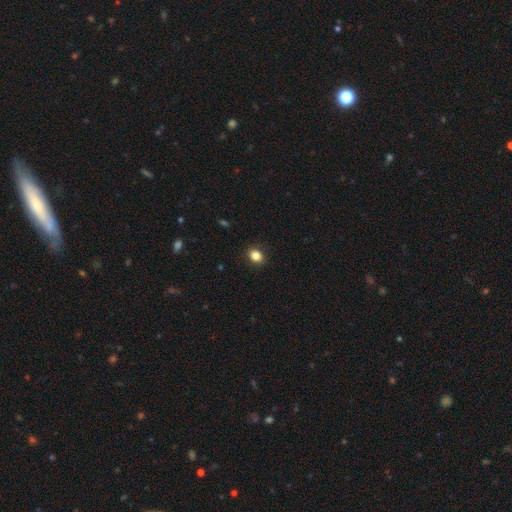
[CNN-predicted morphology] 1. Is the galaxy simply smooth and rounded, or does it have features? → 85% smooth, 11% star or artifact, 5% featured or disk.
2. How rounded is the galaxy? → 55% round, 44% in between, 1% cigar-shaped.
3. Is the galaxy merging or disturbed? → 90% none, 8% minor disturbance, 2% major disturbance, 1% merger.